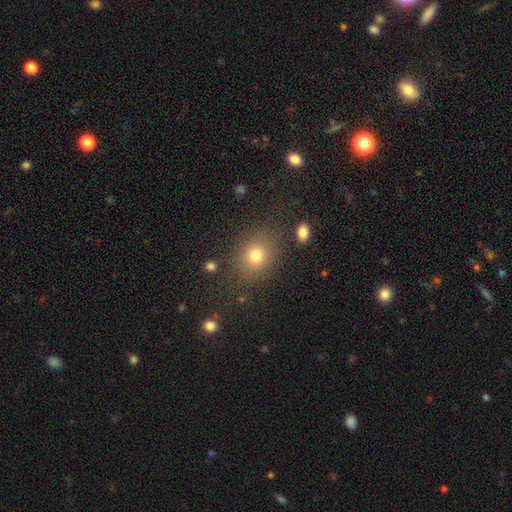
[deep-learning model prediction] Morphology: type=smooth (77%); roundness=round (57%); merging=none (80%).